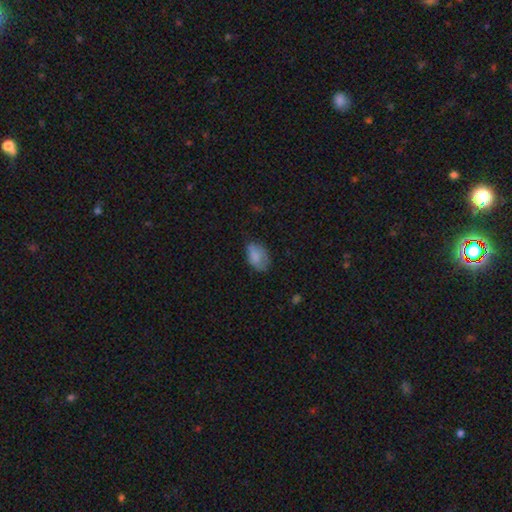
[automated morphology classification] smooth_or_featured: smooth (p=0.79) [alt: featured or disk p=0.13]
how_rounded: in between (p=0.89) [alt: round p=0.09]
merging: none (p=0.57) [alt: minor disturbance p=0.32]